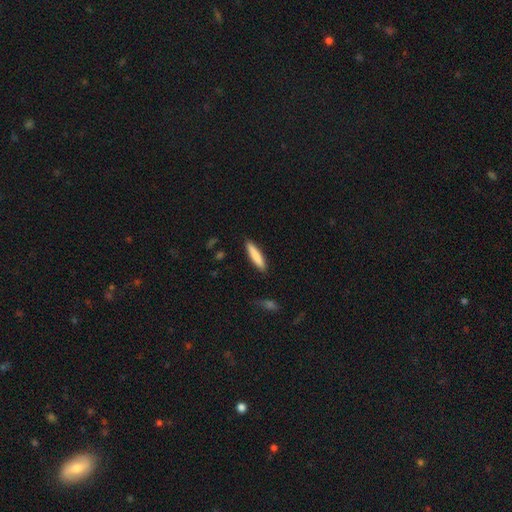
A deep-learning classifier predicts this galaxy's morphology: This appears to be a smooth galaxy with no disk features (82%) that is cigar-shaped (86%). Merging: none (89%).